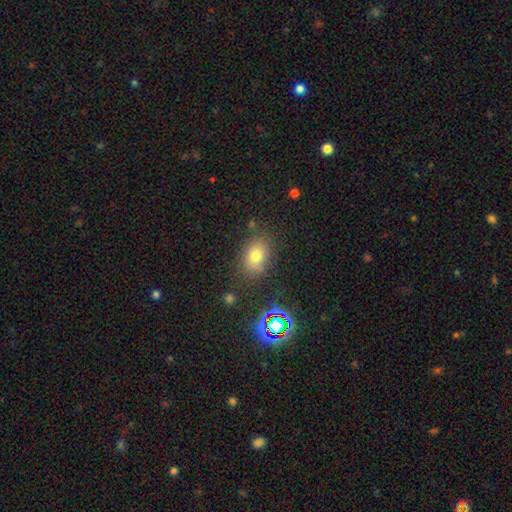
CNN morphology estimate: smooth_or_featured: smooth (p=0.71) [alt: star or artifact p=0.18]
how_rounded: in between (p=0.69) [alt: round p=0.30]
merging: none (p=0.77) [alt: minor disturbance p=0.15]